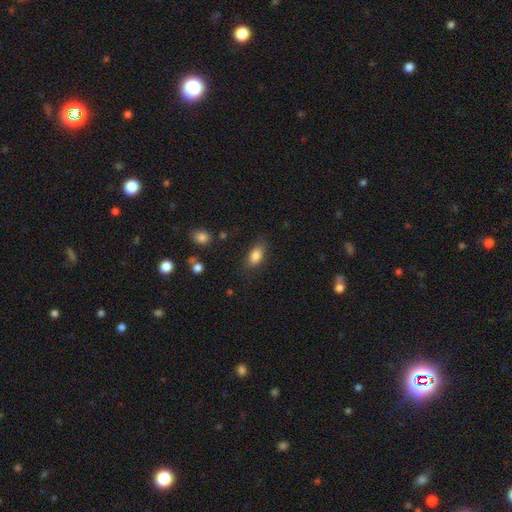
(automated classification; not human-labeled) Morphology: type=smooth (84%); roundness=in between (87%); merging=none (78%).